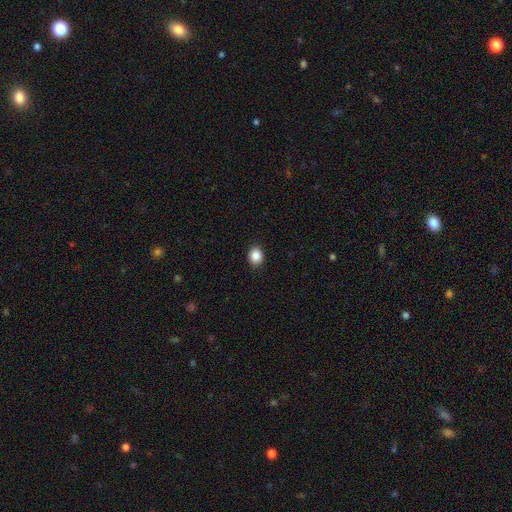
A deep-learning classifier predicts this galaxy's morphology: Smooth or featured: smooth — 87% (star or artifact — 9%)
How rounded: round — 61% (in between — 38%)
Merging: none — 91% (minor disturbance — 6%)